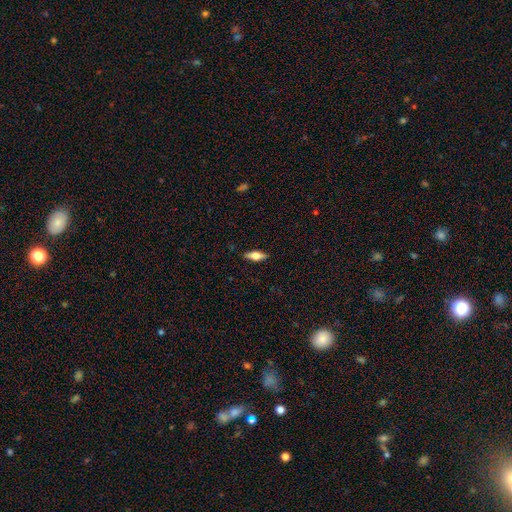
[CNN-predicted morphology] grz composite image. It shows a smooth galaxy with no disk features (55%) that is in between round and cigar-shaped (65%). Merging: none (88%).